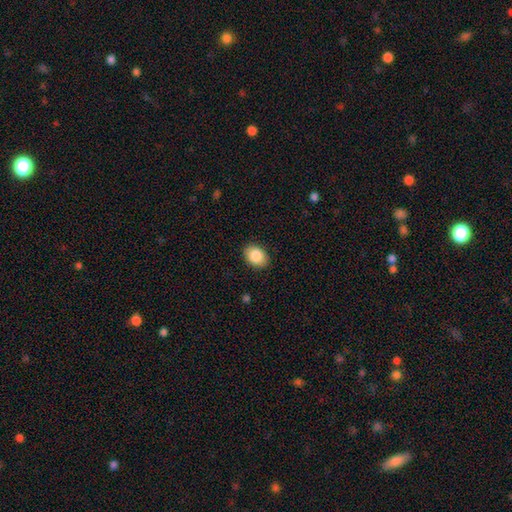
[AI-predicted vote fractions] smooth-or-featured: smooth: 87% | star or artifact: 7% | featured or disk: 6%
  how-rounded: in between: 78% | round: 21% | cigar-shaped: 1%
  merging: none: 89% | minor disturbance: 8% | major disturbance: 2% | merger: 1%